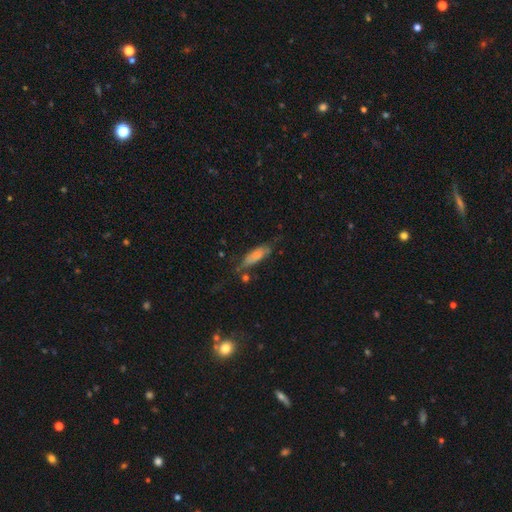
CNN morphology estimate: smooth_or_featured: smooth (p=0.71) [alt: featured or disk p=0.21]
how_rounded: in between (p=0.50) [alt: cigar-shaped p=0.48]
merging: none (p=0.49) [alt: minor disturbance p=0.30]